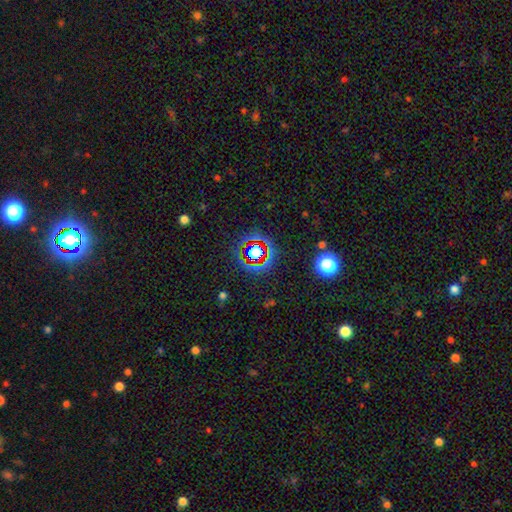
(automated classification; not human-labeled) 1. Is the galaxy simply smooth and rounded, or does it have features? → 64% star or artifact, 24% smooth, 12% featured or disk.